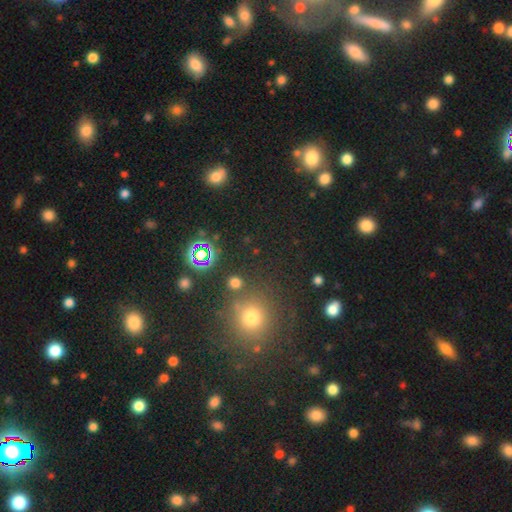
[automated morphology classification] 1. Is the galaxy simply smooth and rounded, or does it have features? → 50% smooth, 43% star or artifact, 7% featured or disk.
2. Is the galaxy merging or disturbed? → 85% none, 7% minor disturbance, 5% merger, 4% major disturbance.